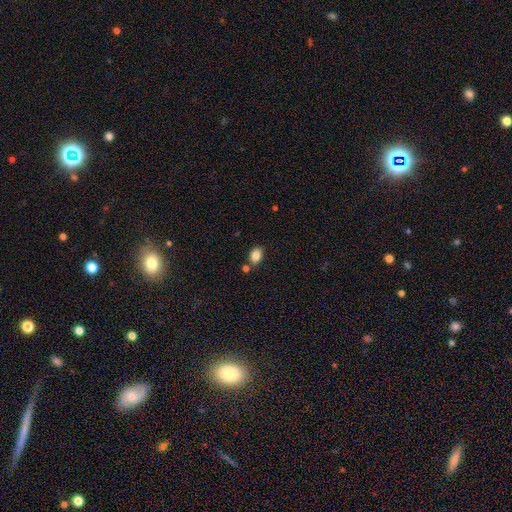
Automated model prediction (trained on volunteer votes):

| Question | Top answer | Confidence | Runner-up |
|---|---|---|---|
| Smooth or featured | smooth | 85% | star or artifact (9%) |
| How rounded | in between | 78% | round (21%) |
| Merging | none | 74% | merger (12%) |